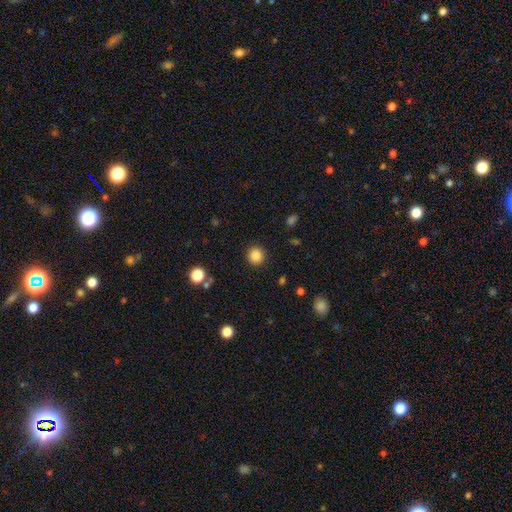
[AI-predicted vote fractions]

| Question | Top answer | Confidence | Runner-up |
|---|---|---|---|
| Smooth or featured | smooth | 86% | star or artifact (10%) |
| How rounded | round | 92% | in between (7%) |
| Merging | none | 91% | minor disturbance (6%) |